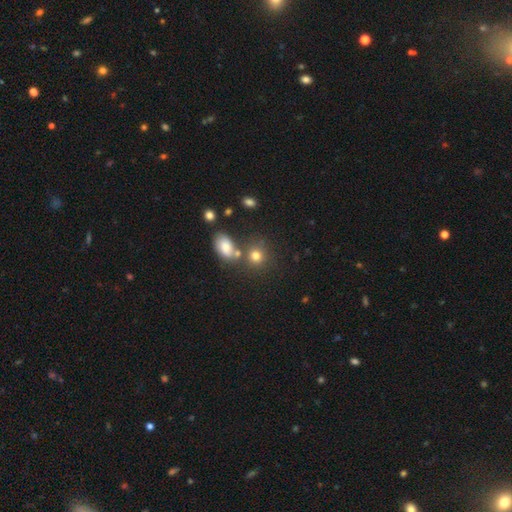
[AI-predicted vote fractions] Overall: smooth (78%). How rounded: round (76%). Merging: none (61%; merger 22%).